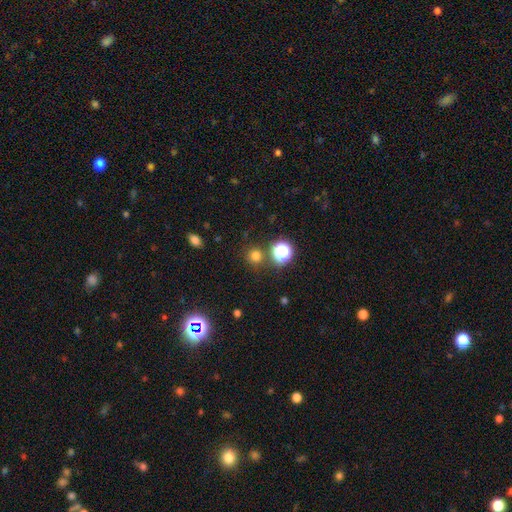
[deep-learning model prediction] Smooth or featured? smooth (74%)
How rounded? round (93%)
Merging? none (84%)